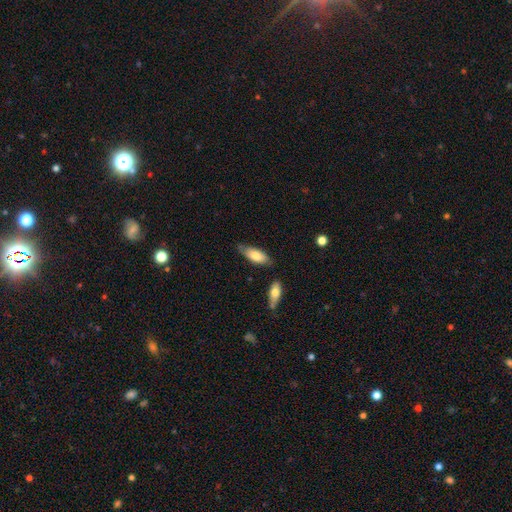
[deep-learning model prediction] Smooth or featured?
  - smooth: 74% *
  - featured or disk: 20%
  - star or artifact: 6%
How rounded?
  - in between: 76% *
  - cigar-shaped: 23%
  - round: 2%
Merging?
  - none: 65% *
  - minor disturbance: 24%
  - merger: 6%
  - major disturbance: 5%